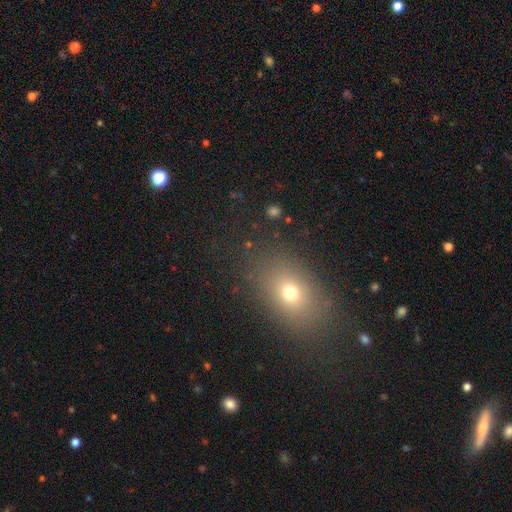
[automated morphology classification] Overall: smooth (64%; star or artifact 24%). How rounded: in between (70%). Merging: none (86%).